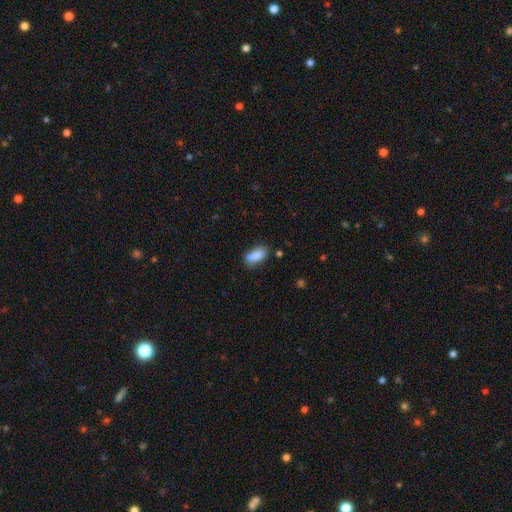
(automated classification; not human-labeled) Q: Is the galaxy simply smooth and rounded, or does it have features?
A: smooth — 87%.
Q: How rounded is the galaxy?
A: in between — 85%.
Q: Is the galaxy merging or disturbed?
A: none — 69%.